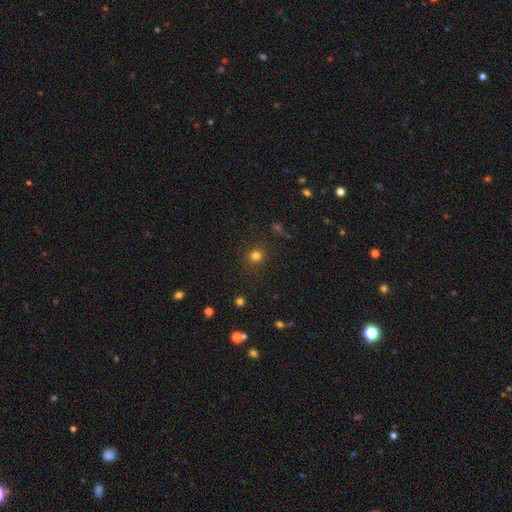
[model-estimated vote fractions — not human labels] This is likely a smooth galaxy (77%). How rounded: clearly round (89%). Merging: clearly none (86%).